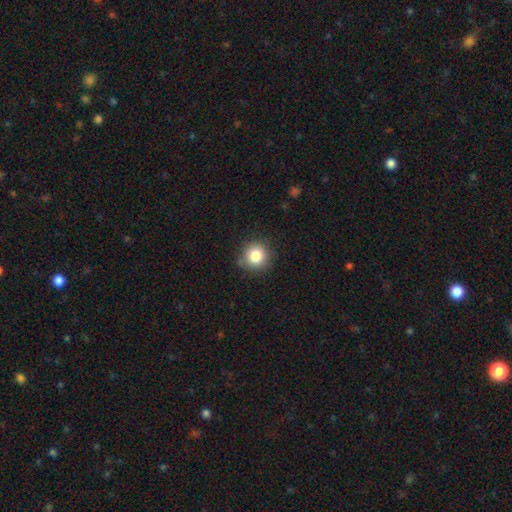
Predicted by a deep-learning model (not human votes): A smooth galaxy with no disk features (83%) that is round (93%). Merging: none (85%).